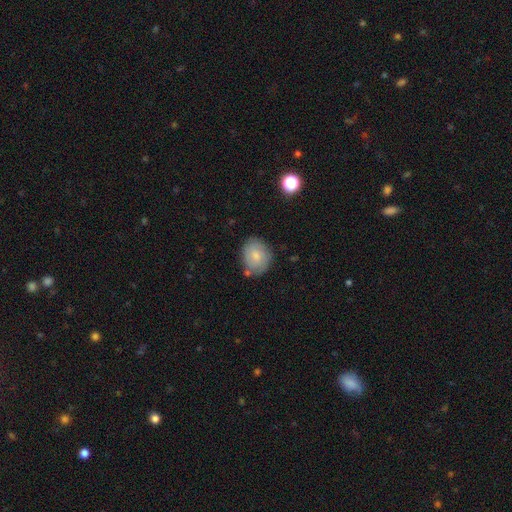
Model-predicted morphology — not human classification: smooth-or-featured: smooth: 71% | featured or disk: 22% | star or artifact: 7%
  how-rounded: round: 57% | in between: 42% | cigar-shaped: 1%
  merging: none: 72% | minor disturbance: 18% | merger: 5% | major disturbance: 4%